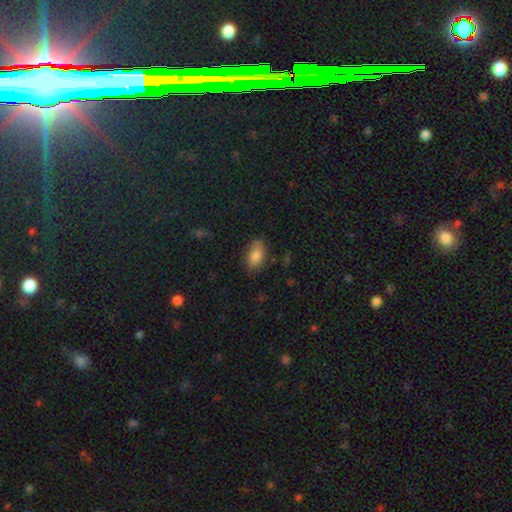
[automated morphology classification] smooth 83%, featured or disk 9%, star or artifact 8%. Down the decision tree: how rounded — in between (91%); merging — none (73%).